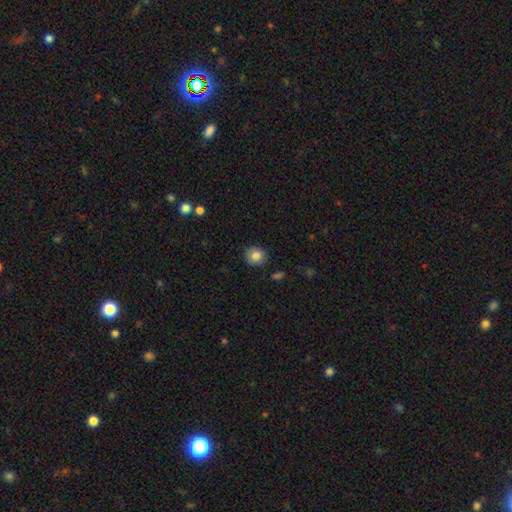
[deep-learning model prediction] smooth 83%, star or artifact 9%, featured or disk 7%. Down the decision tree: how rounded — round (87%); merging — none (88%).